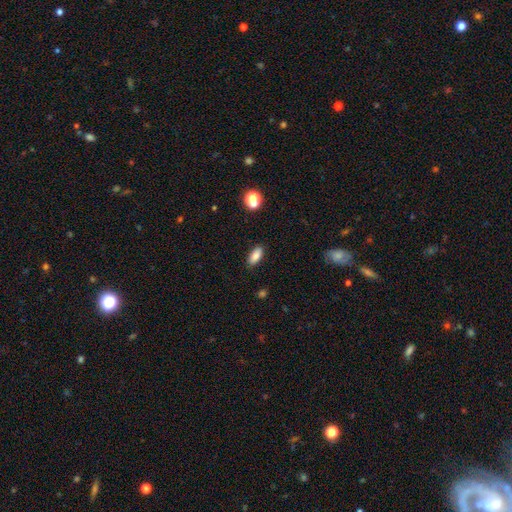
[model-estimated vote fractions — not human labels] A smooth galaxy with no disk features (85%) that is in between round and cigar-shaped (84%).

Vote fractions:
- Smooth or featured? smooth: 85% / star or artifact: 9% / featured or disk: 7%
- How rounded? in between: 84% / cigar-shaped: 13% / round: 3%
- Merging? none: 87% / minor disturbance: 9% / major disturbance: 2% / merger: 1%